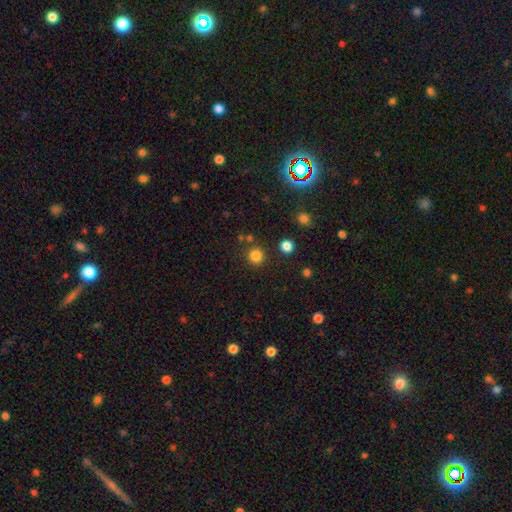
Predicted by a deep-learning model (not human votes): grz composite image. It shows a smooth galaxy with no disk features (83%) that is round (93%). Merging: none (86%).